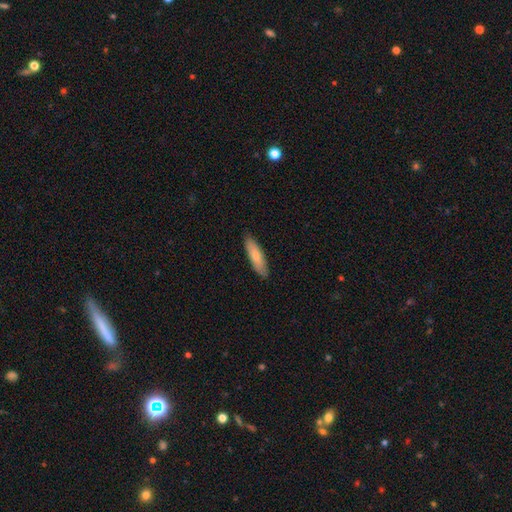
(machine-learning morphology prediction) Smooth or featured: smooth — 76% (featured or disk — 19%)
How rounded: cigar-shaped — 61% (in between — 37%)
Merging: none — 87% (minor disturbance — 11%)